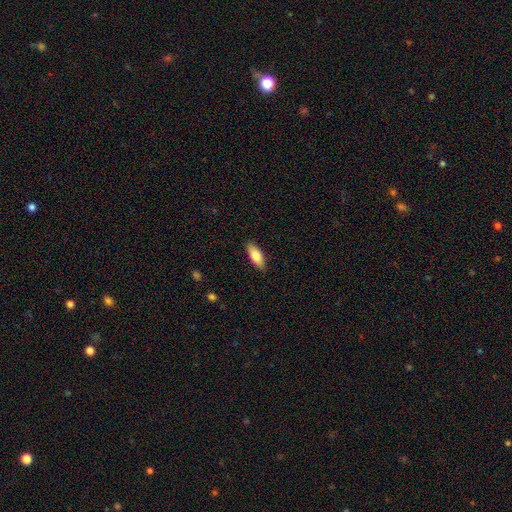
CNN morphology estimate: type=smooth (79%); roundness=in between (76%); merging=none (88%).